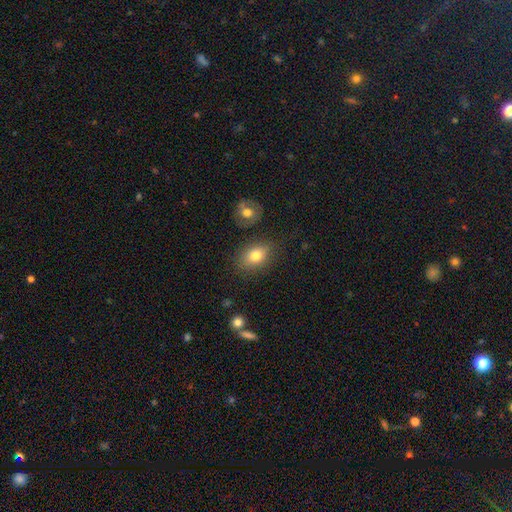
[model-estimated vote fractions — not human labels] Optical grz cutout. It shows a smooth galaxy with no disk features (78%) that is in between round and cigar-shaped (74%). Merging: none (78%).